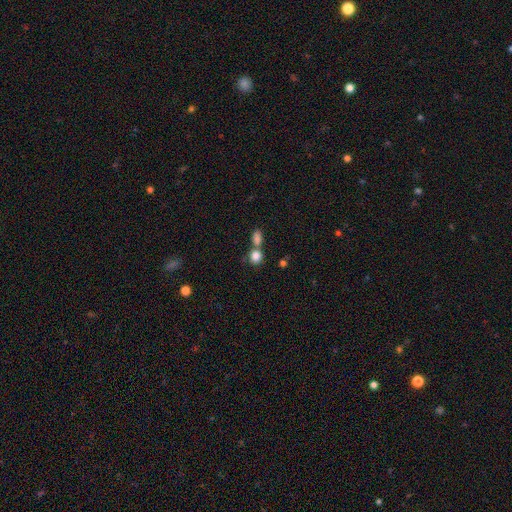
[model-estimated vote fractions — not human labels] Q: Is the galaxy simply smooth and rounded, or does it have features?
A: smooth — 84%.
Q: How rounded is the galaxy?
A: round — 74%.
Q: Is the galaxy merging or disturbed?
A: none — 44%, tied with merger.